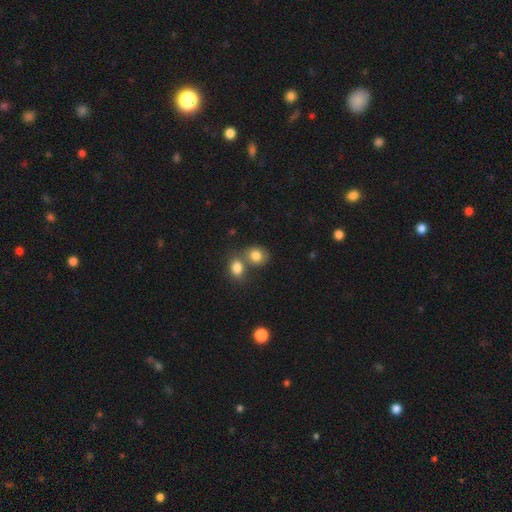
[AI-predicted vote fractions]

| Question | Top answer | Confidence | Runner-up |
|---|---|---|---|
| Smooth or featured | smooth | 82% | star or artifact (9%) |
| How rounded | round | 54% | in between (45%) |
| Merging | merger | 46% | none (40%) |